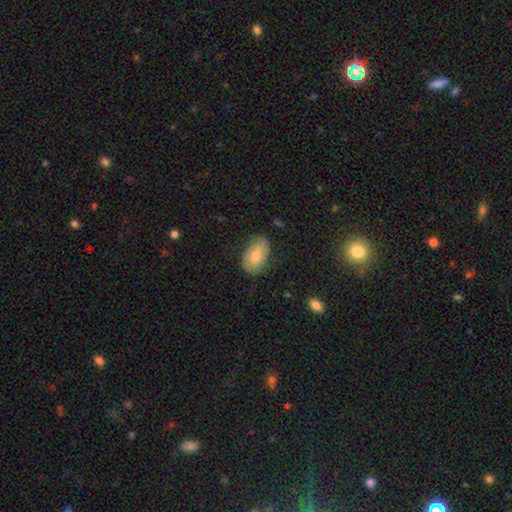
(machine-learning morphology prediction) Smooth or featured?
  - smooth: 65% *
  - featured or disk: 27%
  - star or artifact: 7%
How rounded?
  - in between: 93% *
  - round: 6%
  - cigar-shaped: 2%
Merging?
  - none: 78% *
  - minor disturbance: 17%
  - major disturbance: 4%
  - merger: 1%